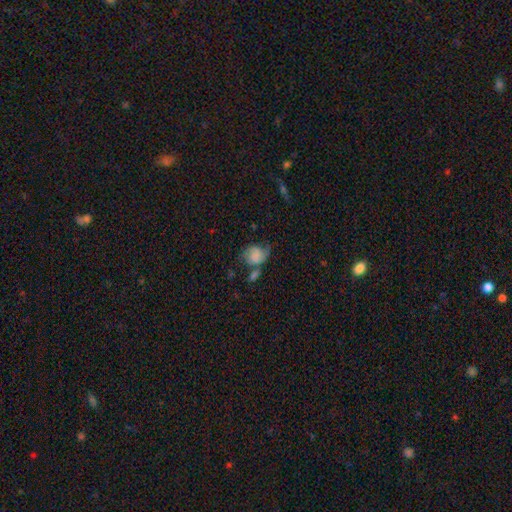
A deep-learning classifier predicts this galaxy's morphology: Overall: smooth (57%; featured or disk 33%). How rounded: in between (52%; round 46%). Merging: none (34%; minor disturbance 27%).